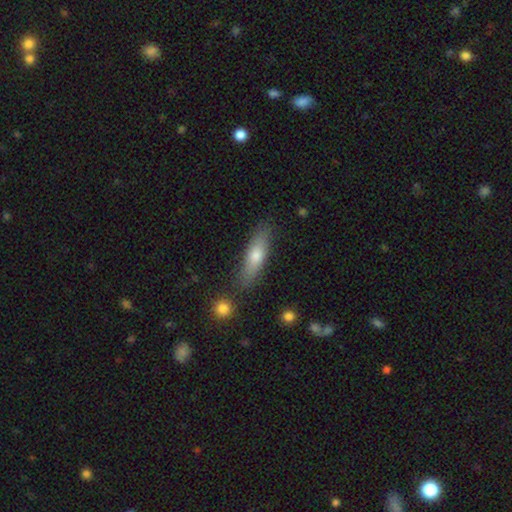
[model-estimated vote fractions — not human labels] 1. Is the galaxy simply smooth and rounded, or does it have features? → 65% smooth, 29% featured or disk, 6% star or artifact.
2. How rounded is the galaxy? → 63% cigar-shaped, 35% in between, 2% round.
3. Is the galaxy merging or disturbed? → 81% none, 13% minor disturbance, 3% merger, 3% major disturbance.